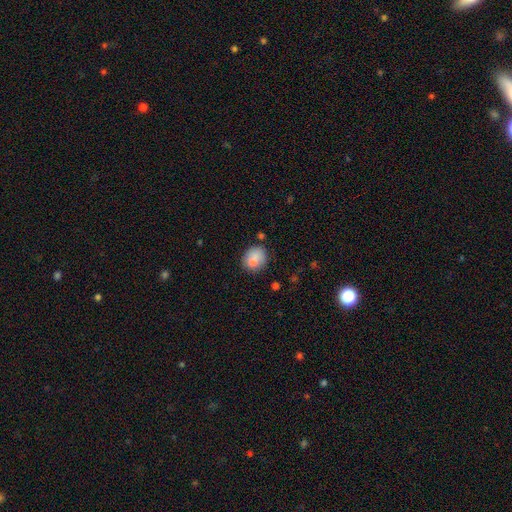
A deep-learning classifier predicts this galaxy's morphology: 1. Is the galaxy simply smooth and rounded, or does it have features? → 76% smooth, 15% featured or disk, 9% star or artifact.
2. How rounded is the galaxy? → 69% round, 30% in between, 1% cigar-shaped.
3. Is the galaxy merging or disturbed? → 61% none, 20% minor disturbance, 13% merger, 6% major disturbance.